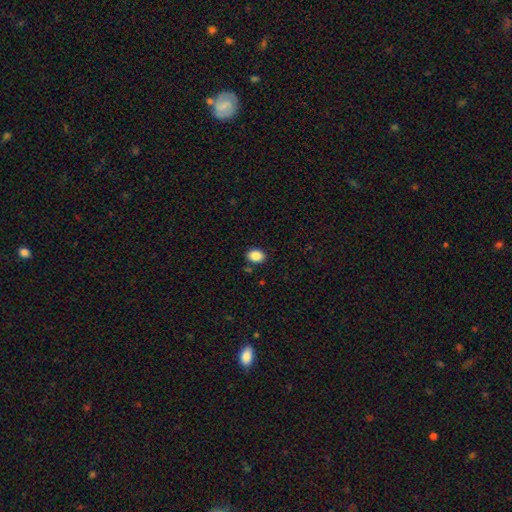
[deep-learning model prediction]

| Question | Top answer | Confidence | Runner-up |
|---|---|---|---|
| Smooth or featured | smooth | 87% | star or artifact (8%) |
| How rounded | in between | 73% | round (26%) |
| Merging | none | 85% | minor disturbance (9%) |